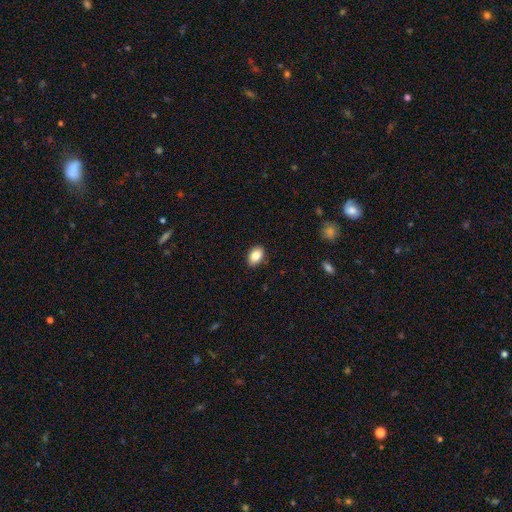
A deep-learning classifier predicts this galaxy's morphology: Smooth or featured: smooth — 85% (star or artifact — 8%)
How rounded: in between — 85% (round — 14%)
Merging: none — 89% (minor disturbance — 9%)